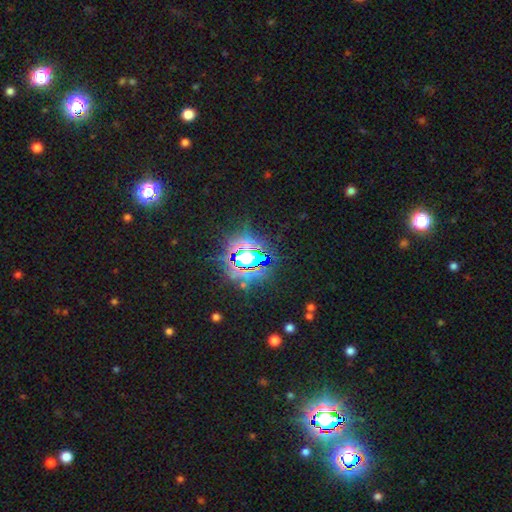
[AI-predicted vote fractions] The model was most divided on "smooth or featured": star or artifact: 75%, smooth: 15%, featured or disk: 10%.